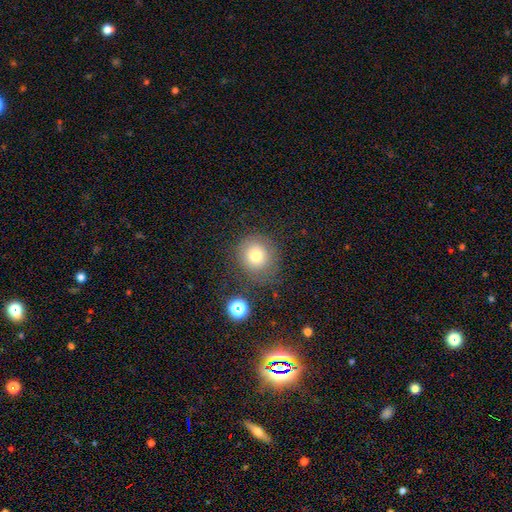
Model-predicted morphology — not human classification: This appears to be a smooth galaxy with no disk features (76%) that is round (90%). Merging: none (74%).